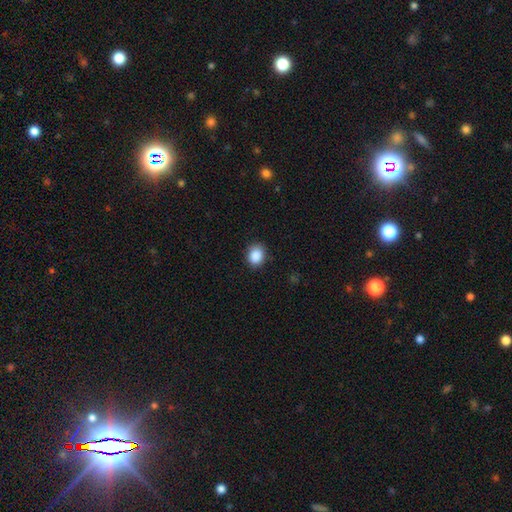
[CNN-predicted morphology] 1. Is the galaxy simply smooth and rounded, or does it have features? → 88% smooth, 9% star or artifact, 3% featured or disk.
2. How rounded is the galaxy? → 61% round, 38% in between, 1% cigar-shaped.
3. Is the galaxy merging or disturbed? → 86% none, 10% minor disturbance, 3% major disturbance, 1% merger.